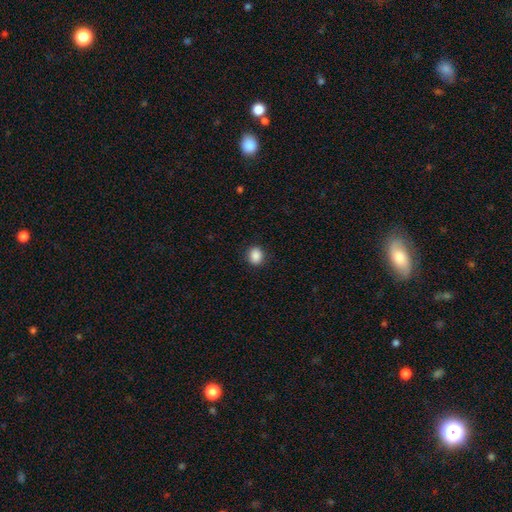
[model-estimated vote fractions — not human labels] Smooth or featured? Predicted: smooth (p=0.88). How rounded? Predicted: round (p=0.63). Merging? Predicted: none (p=0.90).